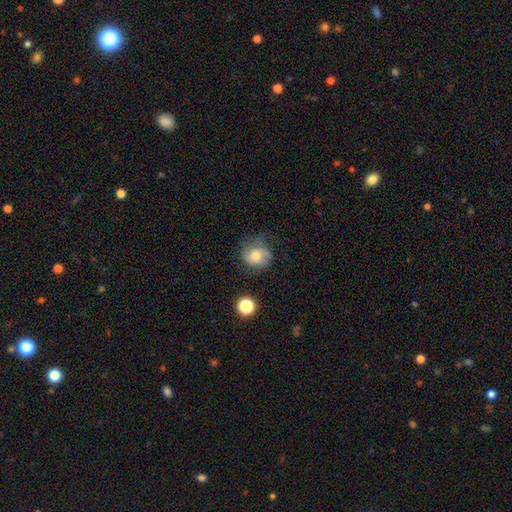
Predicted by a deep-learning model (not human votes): Smooth or featured? smooth (66%)
How rounded? round (77%)
Merging? none (51%)